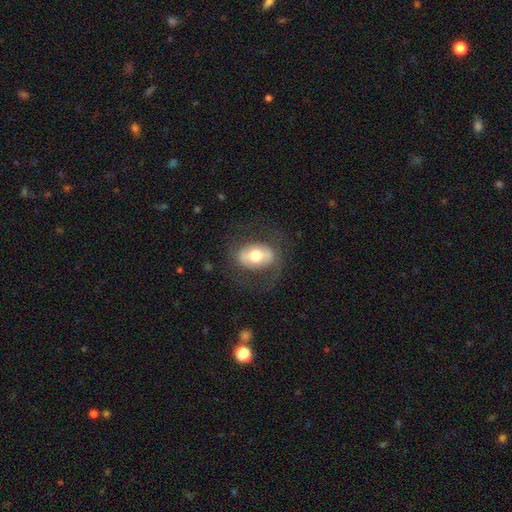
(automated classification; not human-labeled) Smooth or featured: featured or disk — 51% (smooth — 43%)
Edge-on disk: no — 92% (yes — 8%)
Merging: none — 68% (minor disturbance — 16%)